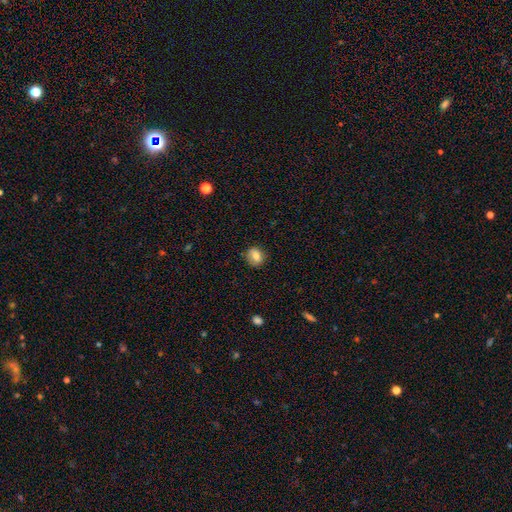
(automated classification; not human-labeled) Smooth or featured?
  - smooth: 78% *
  - featured or disk: 13%
  - star or artifact: 9%
How rounded?
  - round: 62% *
  - in between: 37%
  - cigar-shaped: 1%
Merging?
  - none: 82% *
  - minor disturbance: 13%
  - major disturbance: 3%
  - merger: 1%